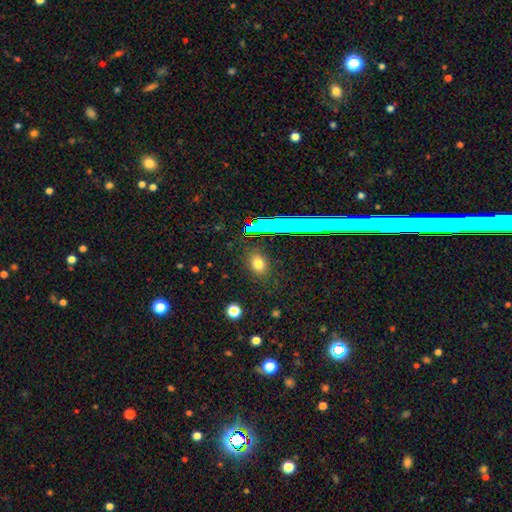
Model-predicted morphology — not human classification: A smooth galaxy with no disk features (56%) that is round (47%).

Vote fractions:
- Smooth or featured? smooth: 56% / star or artifact: 32% / featured or disk: 13%
- How rounded? round: 47% / in between: 41% / cigar-shaped: 12%
- Merging? none: 86% / minor disturbance: 9% / merger: 3% / major disturbance: 3%